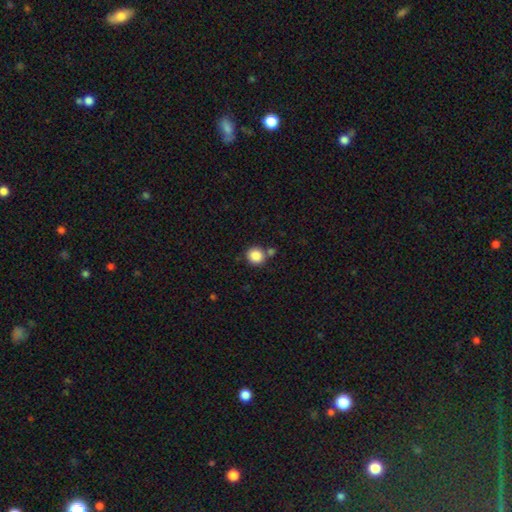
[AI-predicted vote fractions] Overall: smooth (86%). How rounded: round (86%). Merging: none (73%).